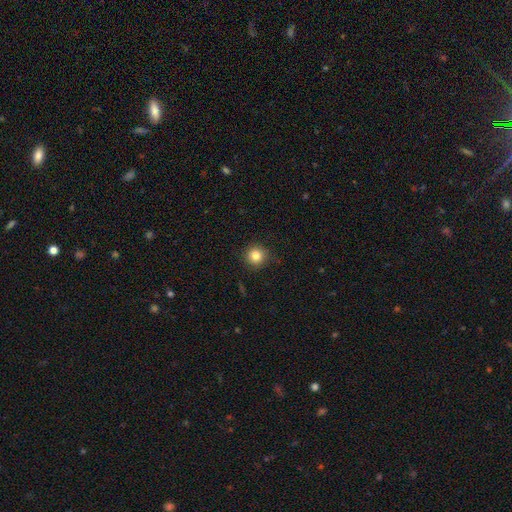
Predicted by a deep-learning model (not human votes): Morphology: type=smooth (83%); roundness=round (94%); merging=none (90%).